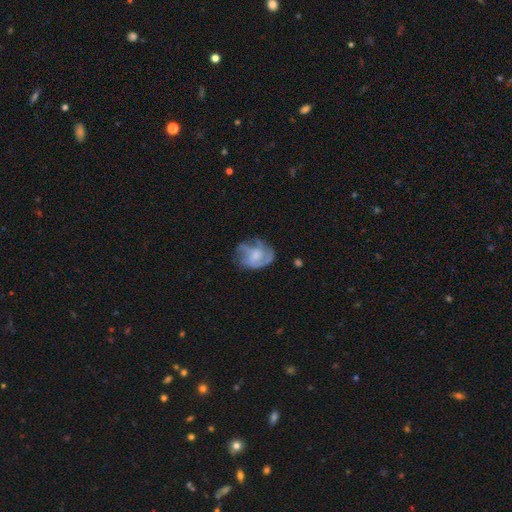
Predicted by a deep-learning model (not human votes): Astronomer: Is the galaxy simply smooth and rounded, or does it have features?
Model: featured or disk — 63%.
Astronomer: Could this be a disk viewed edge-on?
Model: no — 97%.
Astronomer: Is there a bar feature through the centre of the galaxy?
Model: no — 72%.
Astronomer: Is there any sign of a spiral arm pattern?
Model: yes — 71%.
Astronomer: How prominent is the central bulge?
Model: moderate — 39% (runner-up: small, 29%).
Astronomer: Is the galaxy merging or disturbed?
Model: none — 51%.